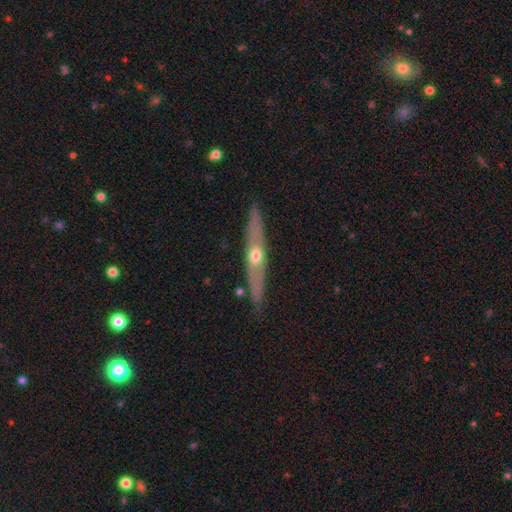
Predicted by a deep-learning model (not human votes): Smooth or featured?
  - featured or disk: 66% *
  - smooth: 28%
  - star or artifact: 6%
Edge-on disk?
  - yes: 83% *
  - no: 17%
Edge-on bulge?
  - rounded: 85% *
  - none: 13%
  - boxy: 2%
Merging?
  - none: 85% *
  - minor disturbance: 11%
  - major disturbance: 2%
  - merger: 2%